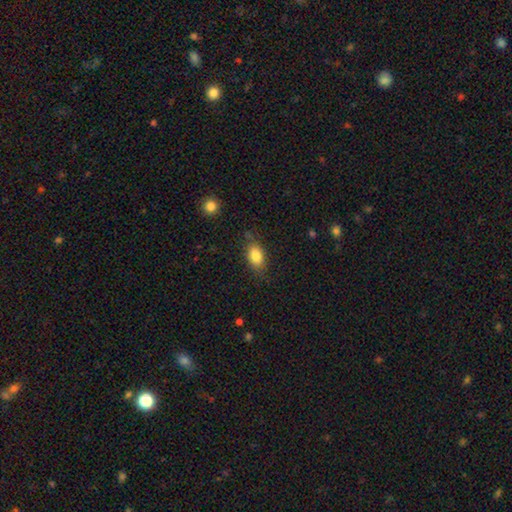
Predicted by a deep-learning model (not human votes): A smooth galaxy with no disk features (83%) that is in between round and cigar-shaped (85%).

Vote fractions:
- Smooth or featured? smooth: 83% / featured or disk: 9% / star or artifact: 8%
- How rounded? in between: 85% / round: 12% / cigar-shaped: 3%
- Merging? none: 77% / minor disturbance: 17% / major disturbance: 4% / merger: 2%